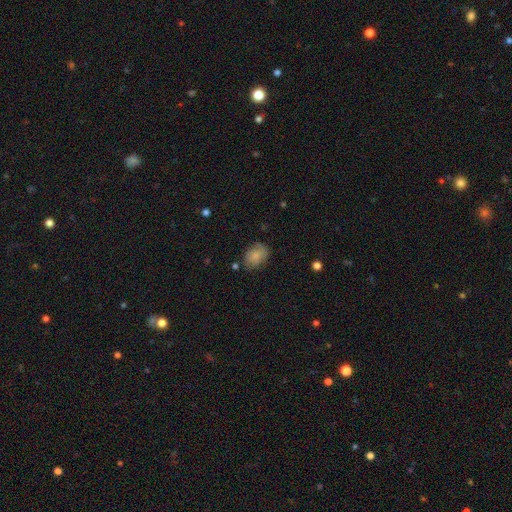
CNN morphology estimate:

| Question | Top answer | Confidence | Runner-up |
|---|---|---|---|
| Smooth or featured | smooth | 73% | featured or disk (18%) |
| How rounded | in between | 71% | round (28%) |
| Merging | none | 67% | minor disturbance (24%) |